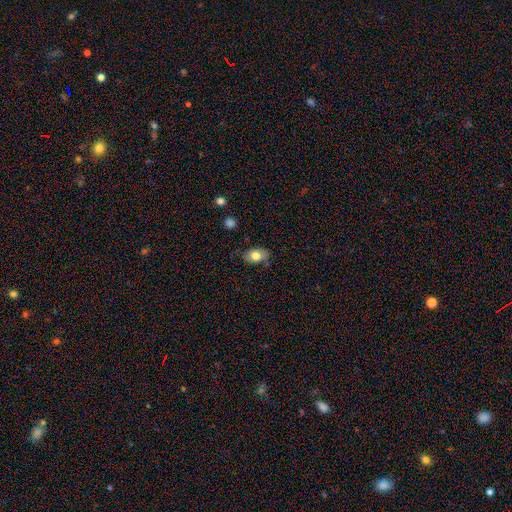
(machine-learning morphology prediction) Smooth or featured? smooth (73%)
How rounded? in between (83%)
Merging? none (72%)